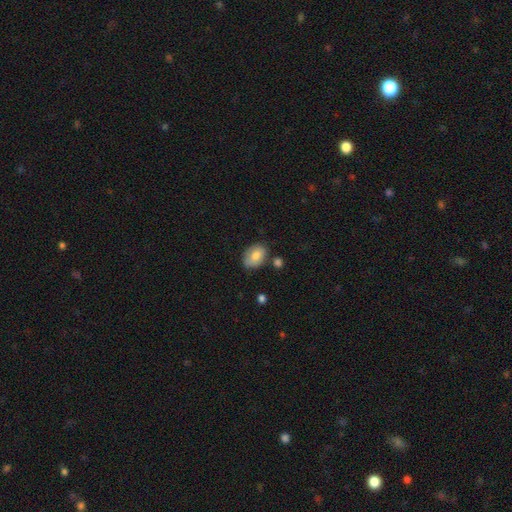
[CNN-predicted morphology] This is likely a smooth galaxy (79%). How rounded: clearly in between (82%). Merging: likely none (69%).